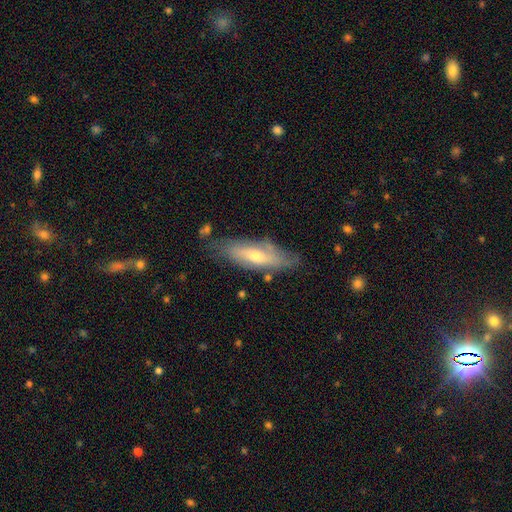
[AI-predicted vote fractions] smooth-or-featured: featured or disk: 50% | smooth: 44% | star or artifact: 7%
  merging: none: 70% | minor disturbance: 21% | major disturbance: 5% | merger: 3%